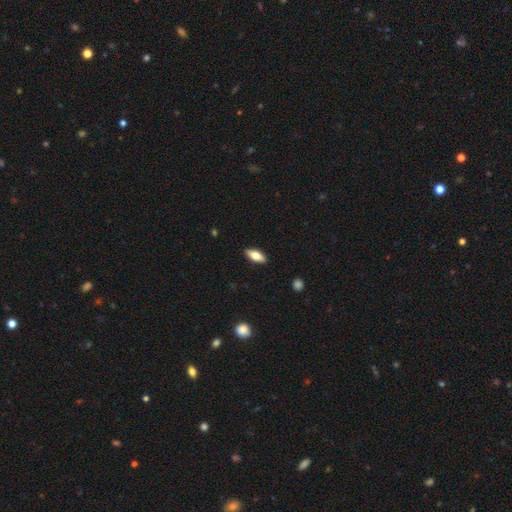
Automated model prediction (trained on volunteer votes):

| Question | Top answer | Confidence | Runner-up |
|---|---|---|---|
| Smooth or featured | smooth | 68% | featured or disk (25%) |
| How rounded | in between | 79% | cigar-shaped (18%) |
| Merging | none | 89% | minor disturbance (8%) |